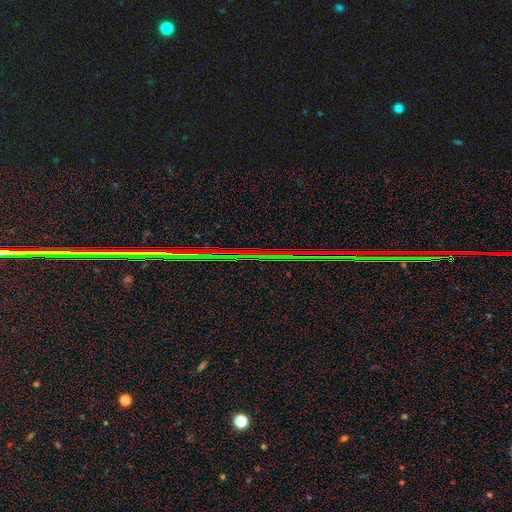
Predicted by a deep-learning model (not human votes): A star or artifact, not a galaxy (88%).

Vote fractions:
- Smooth or featured? star or artifact: 88% / featured or disk: 6% / smooth: 6%